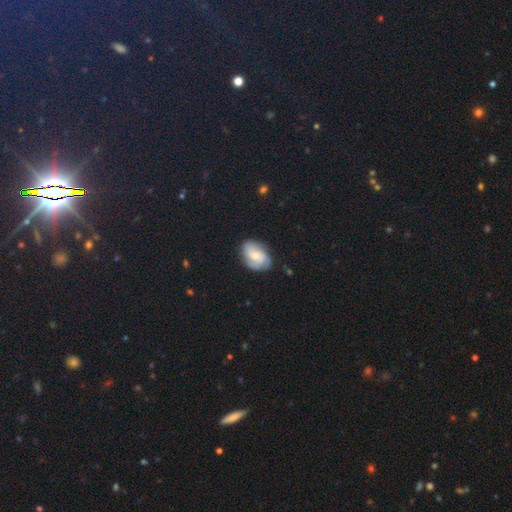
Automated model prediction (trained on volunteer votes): featured or disk 53%, smooth 39%, star or artifact 8%. Down the decision tree: edge-on disk — no (97%); bar — no (55%); spiral arms — yes (88%); bulge size — moderate (38%); merging — none (71%).